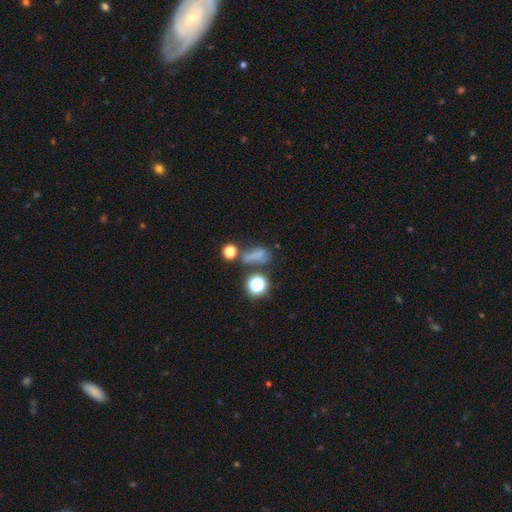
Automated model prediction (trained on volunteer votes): smooth 57%, star or artifact 27%, featured or disk 16%. Down the decision tree: how rounded — in between (54%); merging — none (39%).